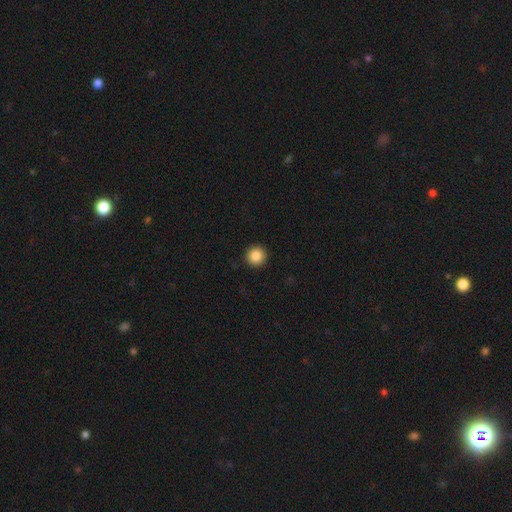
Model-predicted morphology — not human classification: smooth 86%, star or artifact 9%, featured or disk 5%. Down the decision tree: how rounded — round (96%); merging — none (93%).